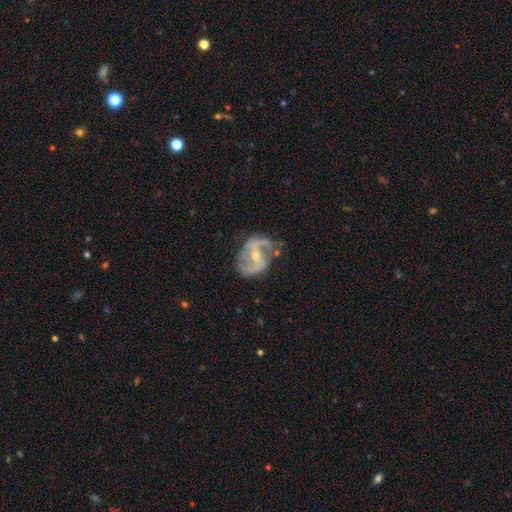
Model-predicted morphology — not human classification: The model was most divided on "bulge size": moderate: 49%, small: 47%, none: 2%, large: 2%, dominant: 1%. Remaining: edge-on disk — no (97%); spiral arms — yes (92%); spiral arm count — 2 (87%); smooth or featured — featured or disk (86%); merging — none (65%); spiral winding — medium (47%); bar — weak (42%).